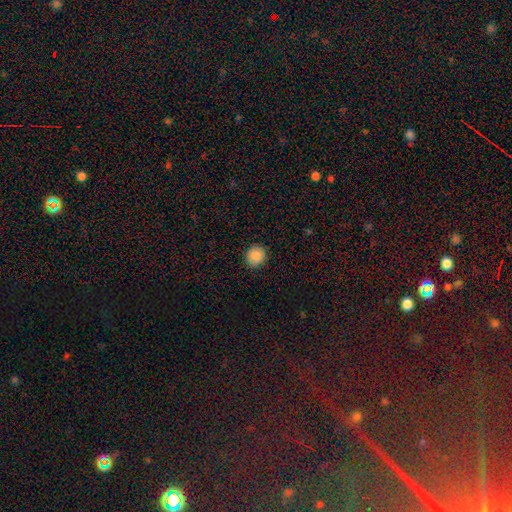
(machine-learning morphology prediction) Smooth or featured? smooth (88%)
How rounded? round (89%)
Merging? none (91%)